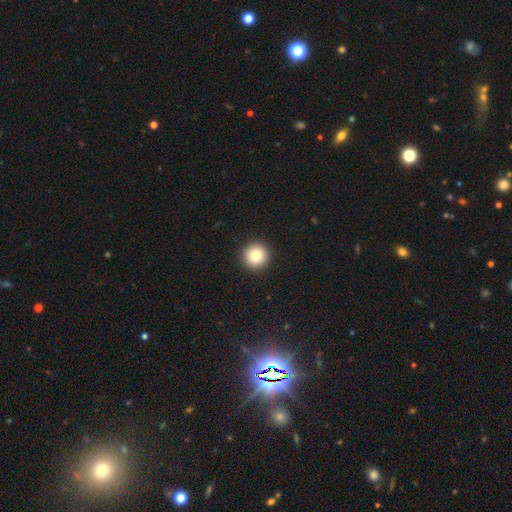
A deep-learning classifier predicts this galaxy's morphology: This is clearly a smooth galaxy (81%). How rounded: clearly round (96%). Merging: clearly none (94%).